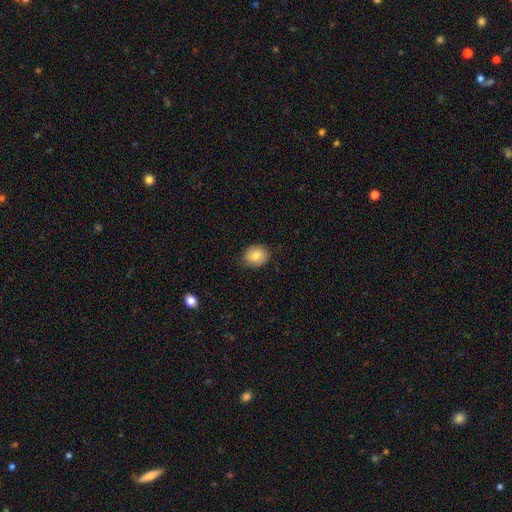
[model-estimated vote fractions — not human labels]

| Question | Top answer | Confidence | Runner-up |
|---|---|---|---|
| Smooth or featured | smooth | 80% | featured or disk (12%) |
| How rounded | round | 60% | in between (39%) |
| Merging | none | 82% | minor disturbance (15%) |